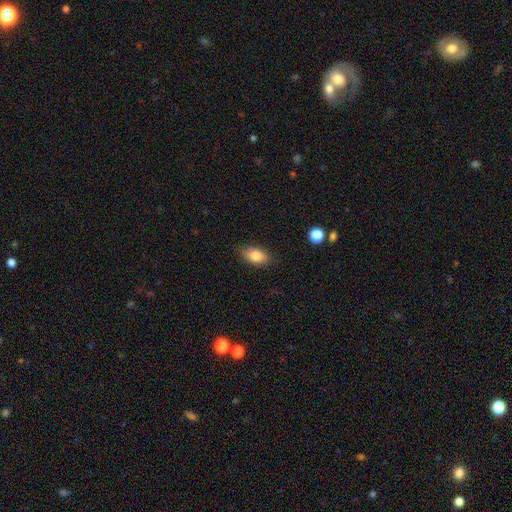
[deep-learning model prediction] Smooth or featured? Predicted: smooth (p=0.83). How rounded? Predicted: in between (p=0.88). Merging? Predicted: none (p=0.82).